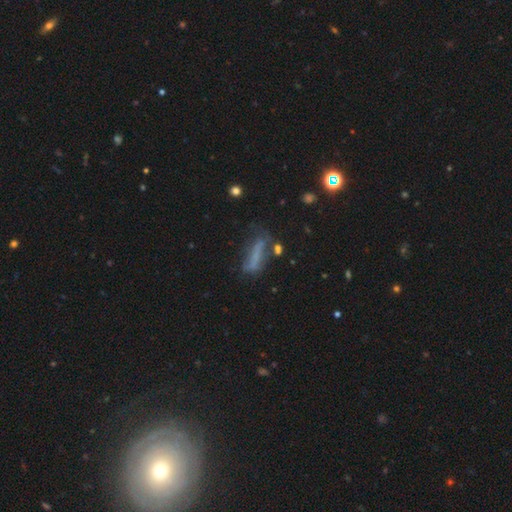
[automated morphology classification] This appears to be a smooth galaxy with no disk features (53%) that is cigar-shaped (67%). Merging: none (43%).